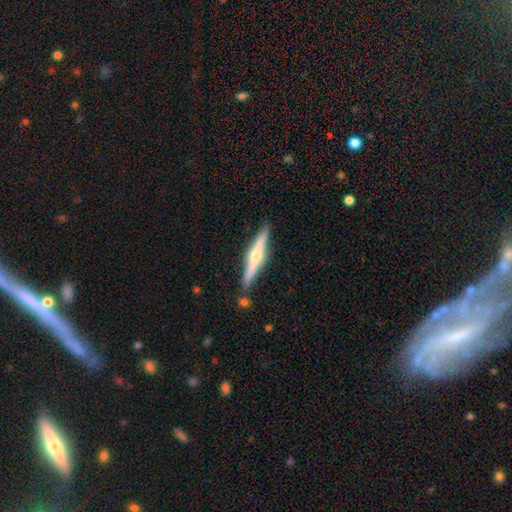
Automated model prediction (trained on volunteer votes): Smooth or featured: featured or disk — 67% (smooth — 27%)
Edge-on disk: yes — 97% (no — 3%)
Edge-on bulge: rounded — 89% (none — 7%)
Merging: none — 83% (minor disturbance — 11%)